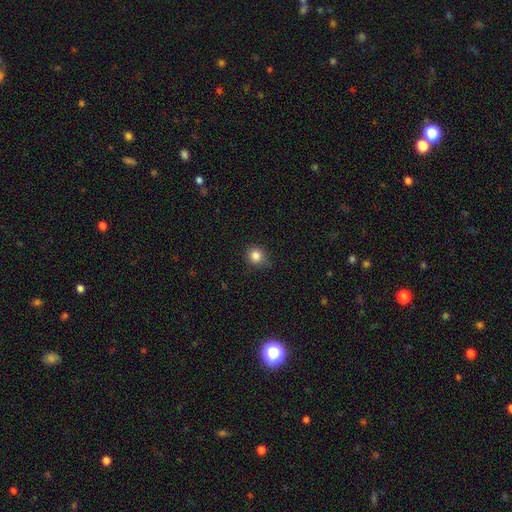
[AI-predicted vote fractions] A smooth galaxy with no disk features (84%) that is round (89%).

Vote fractions:
- Smooth or featured? smooth: 84% / star or artifact: 12% / featured or disk: 5%
- How rounded? round: 89% / in between: 10% / cigar-shaped: 1%
- Merging? none: 77% / minor disturbance: 18% / major disturbance: 4% / merger: 1%